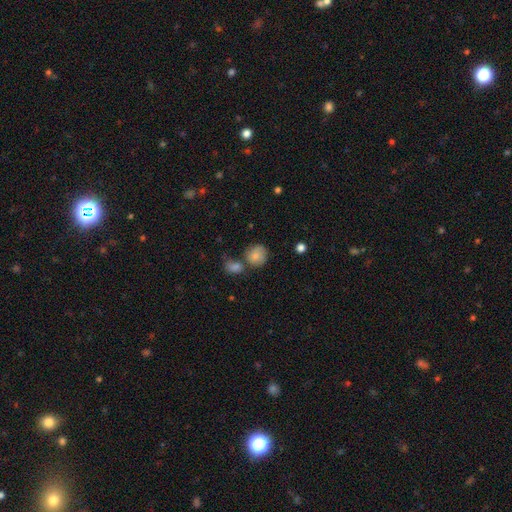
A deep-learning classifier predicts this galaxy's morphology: Q: Smooth or featured?
A: smooth (80%); runner-up: featured or disk (12%)
Q: How rounded?
A: round (79%); runner-up: in between (20%)
Q: Merging?
A: none (51%); runner-up: merger (27%)